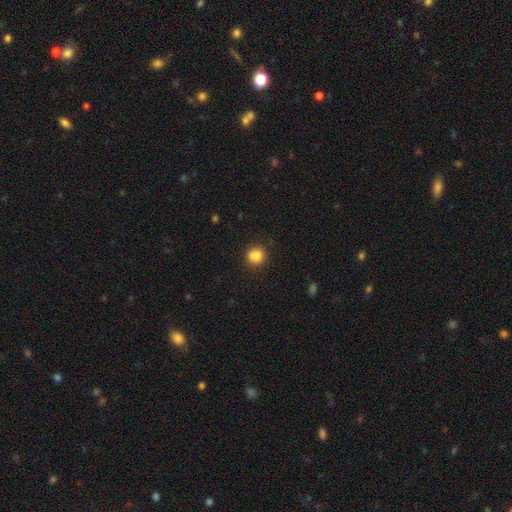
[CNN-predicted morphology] smooth_or_featured: smooth (p=0.83) [alt: star or artifact p=0.11]
how_rounded: round (p=0.84) [alt: in between p=0.15]
merging: none (p=0.73) [alt: minor disturbance p=0.14]